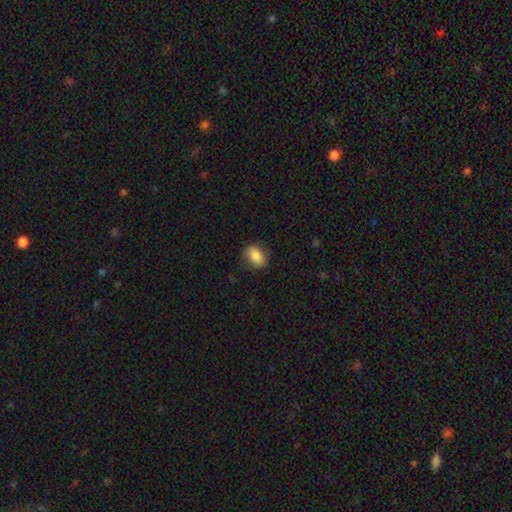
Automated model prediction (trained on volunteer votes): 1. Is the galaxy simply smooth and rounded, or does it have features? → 82% smooth, 11% featured or disk, 8% star or artifact.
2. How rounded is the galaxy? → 80% in between, 19% round, 2% cigar-shaped.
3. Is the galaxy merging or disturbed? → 71% none, 21% minor disturbance, 7% major disturbance, 1% merger.